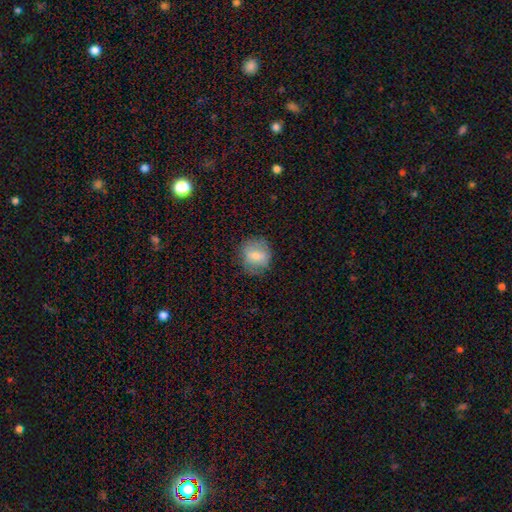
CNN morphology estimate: A smooth galaxy with no disk features (66%) that is round (79%).

Vote fractions:
- Smooth or featured? smooth: 66% / featured or disk: 25% / star or artifact: 9%
- How rounded? round: 79% / in between: 20% / cigar-shaped: 1%
- Merging? none: 77% / minor disturbance: 16% / major disturbance: 6% / merger: 1%